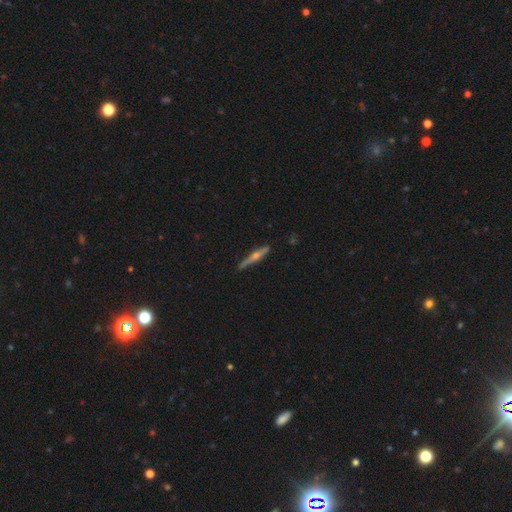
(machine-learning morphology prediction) Smooth or featured? featured or disk (72%)
Edge-on disk? yes (97%)
Edge-on bulge? rounded (88%)
Merging? none (87%)